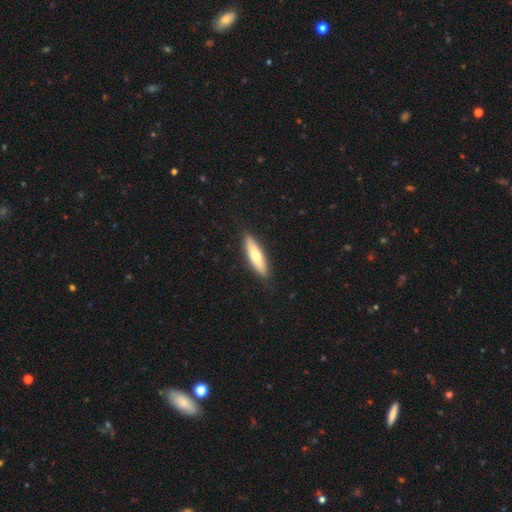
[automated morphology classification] smooth_or_featured: smooth (p=0.63) [alt: featured or disk p=0.32]
how_rounded: cigar-shaped (p=0.68) [alt: in between p=0.31]
merging: none (p=0.89) [alt: minor disturbance p=0.09]